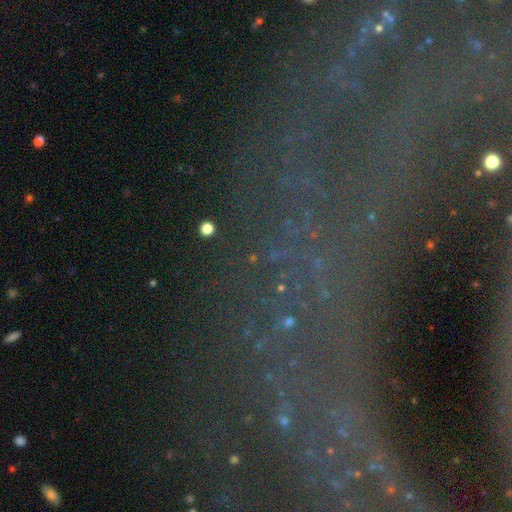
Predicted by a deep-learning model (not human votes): smooth_or_featured: star or artifact (p=0.58) [alt: featured or disk p=0.27]